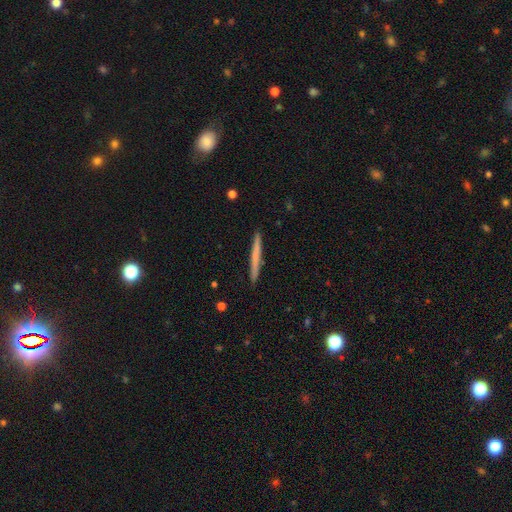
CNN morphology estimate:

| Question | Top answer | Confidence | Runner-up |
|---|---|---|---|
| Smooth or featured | smooth | 60% | featured or disk (35%) |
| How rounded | cigar-shaped | 97% | in between (2%) |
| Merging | none | 93% | minor disturbance (5%) |